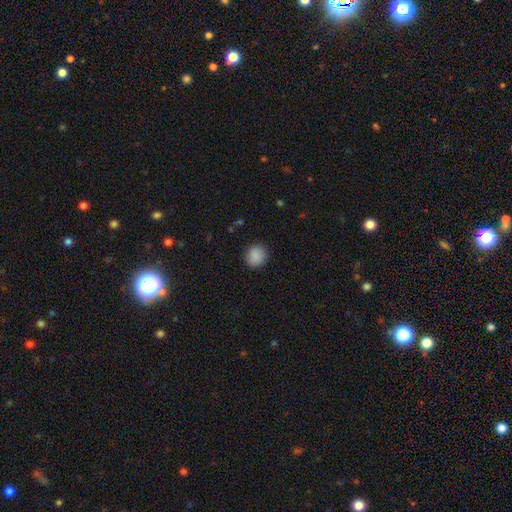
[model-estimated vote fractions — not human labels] This appears to be a smooth galaxy with no disk features (89%) that is round (84%). Merging: none (89%).